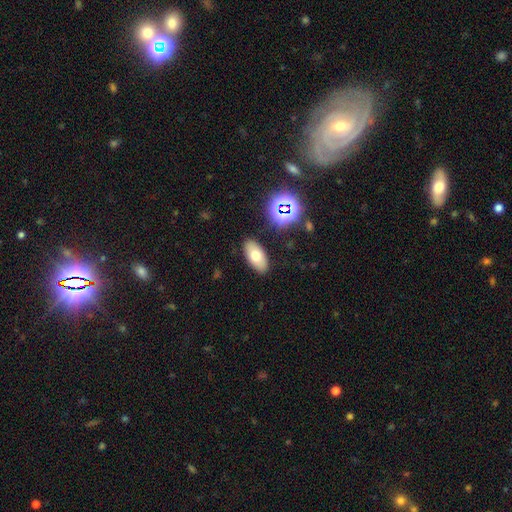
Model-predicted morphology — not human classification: Overall: smooth (68%). How rounded: in between (92%). Merging: none (86%).